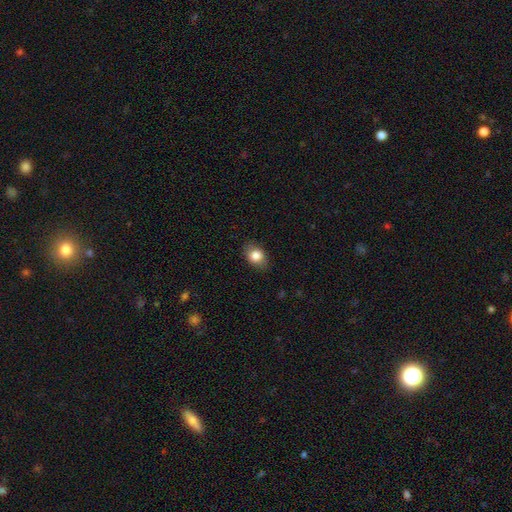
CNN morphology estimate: smooth 82%, featured or disk 9%, star or artifact 8%. Down the decision tree: how rounded — in between (68%); merging — none (83%).